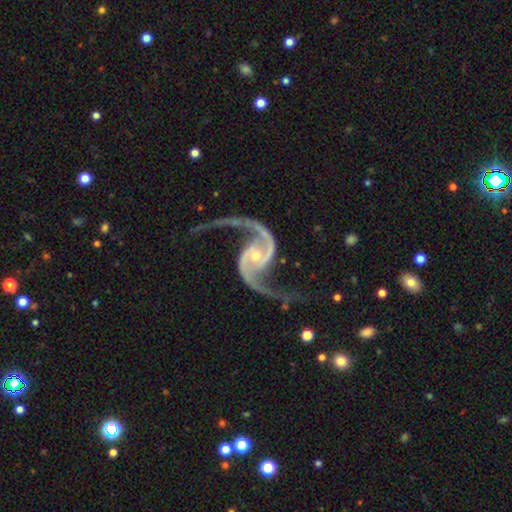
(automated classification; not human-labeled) Smooth or featured: featured or disk — 94% (star or artifact — 4%)
Edge-on disk: no — 98% (yes — 2%)
Bar: no — 52% (weak — 30%)
Spiral arms: yes — 99% (no — 1%)
Spiral winding: loose — 62% (medium — 32%)
Spiral arm count: 2 — 95% (1 — 1%)
Bulge size: small — 63% (moderate — 33%)
Merging: none — 70% (minor disturbance — 15%)